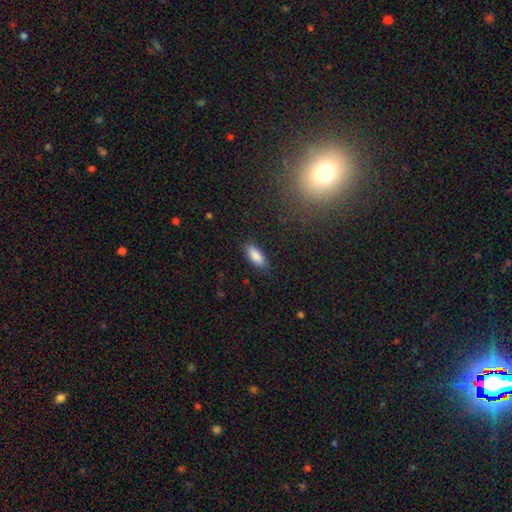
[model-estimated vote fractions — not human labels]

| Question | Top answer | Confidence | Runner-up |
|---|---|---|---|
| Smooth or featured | smooth | 87% | star or artifact (7%) |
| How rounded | in between | 82% | cigar-shaped (16%) |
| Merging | none | 84% | minor disturbance (12%) |